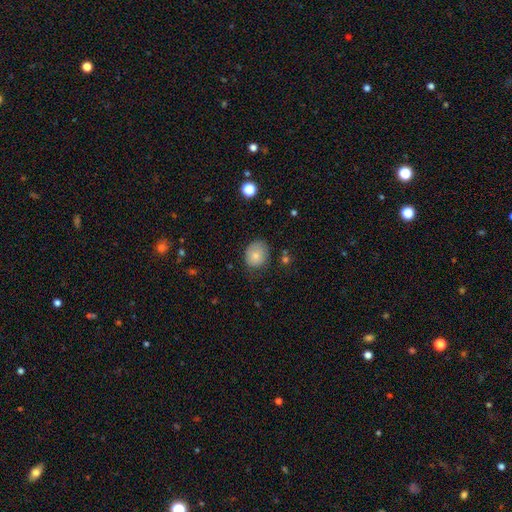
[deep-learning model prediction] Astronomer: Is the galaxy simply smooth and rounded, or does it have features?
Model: smooth — 77%.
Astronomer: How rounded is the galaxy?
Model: round — 62%.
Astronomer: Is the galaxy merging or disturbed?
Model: none — 67%.